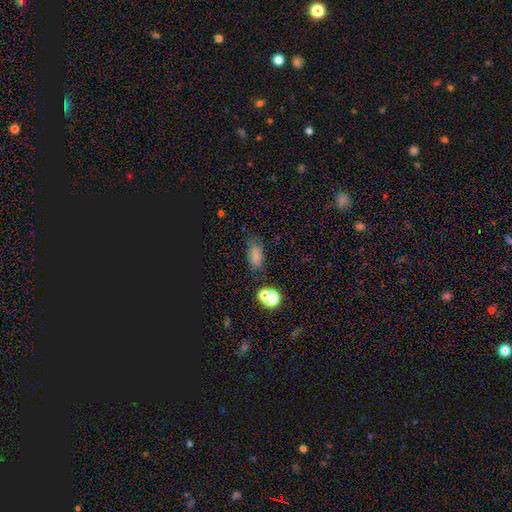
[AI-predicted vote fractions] smooth_or_featured: smooth (p=0.74) [alt: star or artifact p=0.17]
how_rounded: in between (p=0.83) [alt: round p=0.10]
merging: none (p=0.67) [alt: minor disturbance p=0.18]